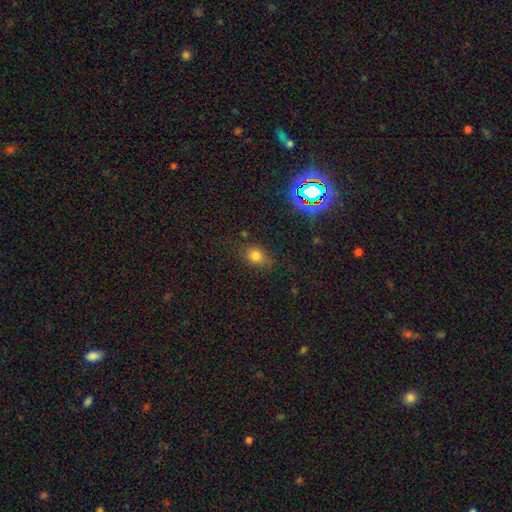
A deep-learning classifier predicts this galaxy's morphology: Smooth or featured? smooth (74%)
How rounded? in between (52%)
Merging? none (72%)